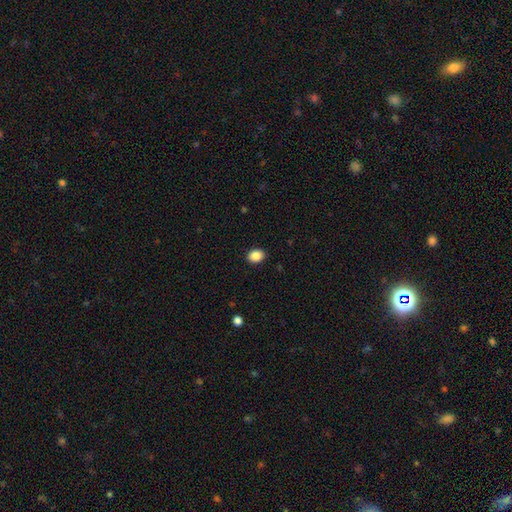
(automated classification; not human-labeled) The model was most divided on "how rounded": in between: 58%, round: 41%, cigar-shaped: 1%. More confident: merging — none (91%); smooth or featured — smooth (88%).